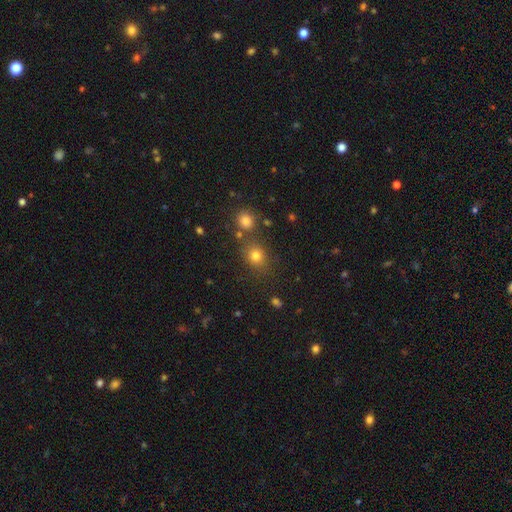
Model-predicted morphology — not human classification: This is likely a smooth galaxy (74%). How rounded: likely round (66%). Merging: likely none (72%).